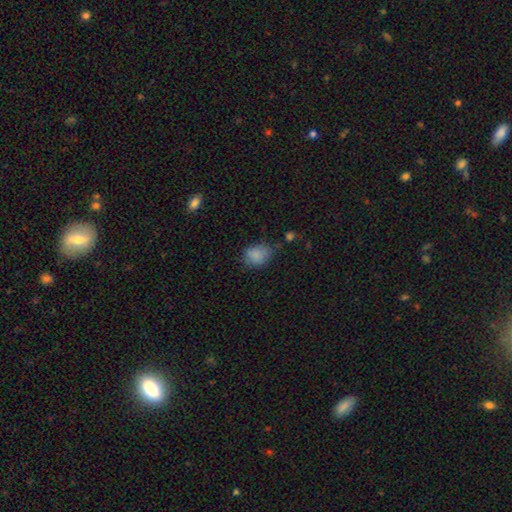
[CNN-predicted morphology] This is clearly a smooth galaxy (84%). How rounded: possibly in between (56%). Merging: likely none (62%).